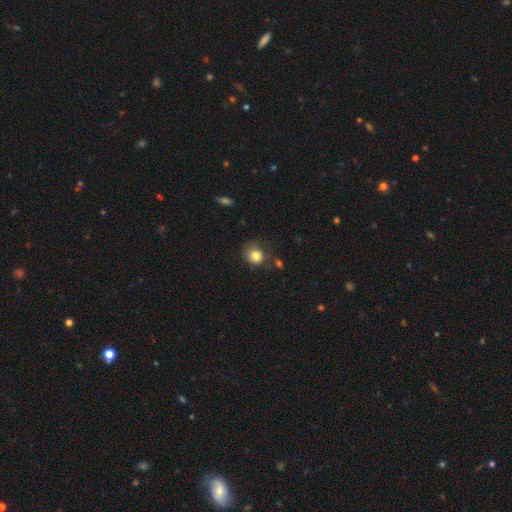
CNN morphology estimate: Overall: smooth (81%). How rounded: round (79%). Merging: none (58%; minor disturbance 26%).